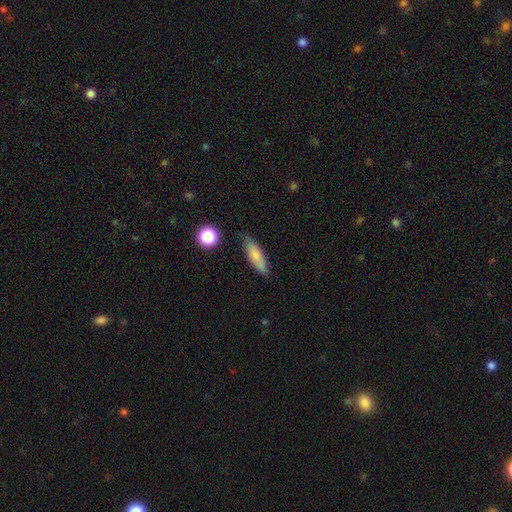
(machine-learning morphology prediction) Q: Smooth or featured?
A: smooth (78%); runner-up: featured or disk (14%)
Q: How rounded?
A: cigar-shaped (52%); runner-up: in between (46%)
Q: Merging?
A: none (74%); runner-up: minor disturbance (20%)